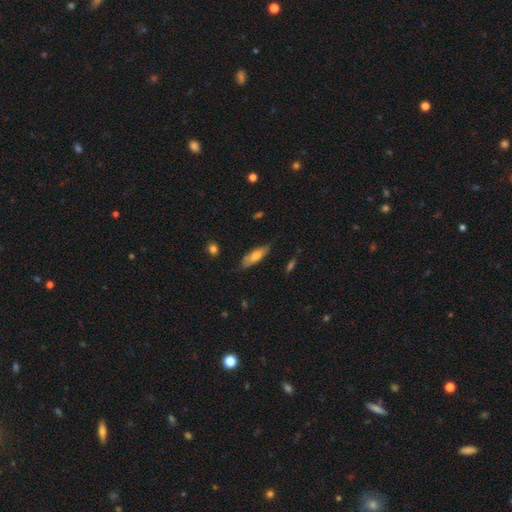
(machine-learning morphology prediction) The model was most divided on "how rounded": in between: 53%, cigar-shaped: 45%, round: 2%. More confident: merging — none (71%); smooth or featured — smooth (65%).